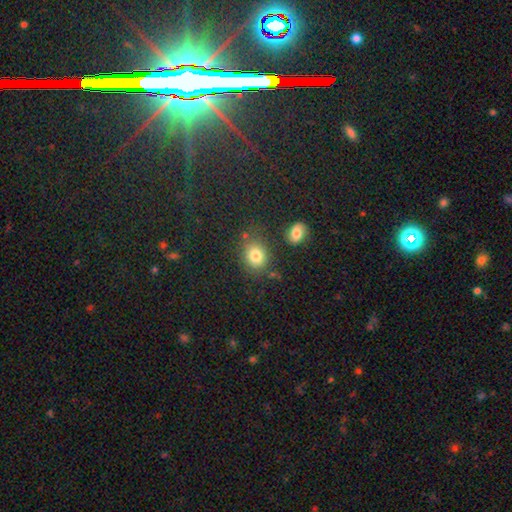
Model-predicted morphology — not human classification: Smooth or featured: smooth — 81% (star or artifact — 12%)
How rounded: round — 65% (in between — 34%)
Merging: none — 75% (minor disturbance — 13%)